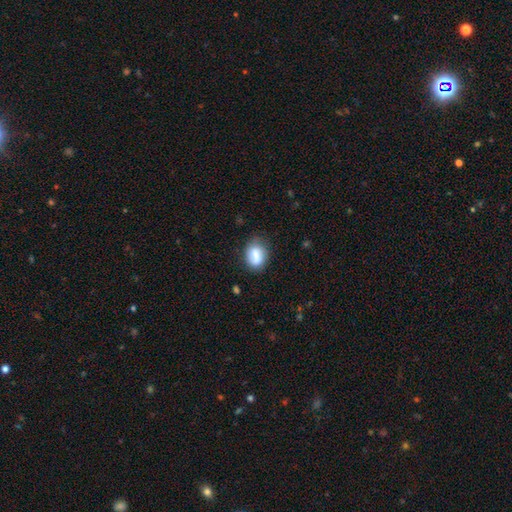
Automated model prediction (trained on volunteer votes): Q: Smooth or featured?
A: smooth (77%); runner-up: featured or disk (15%)
Q: How rounded?
A: in between (69%); runner-up: round (29%)
Q: Merging?
A: none (63%); runner-up: minor disturbance (24%)